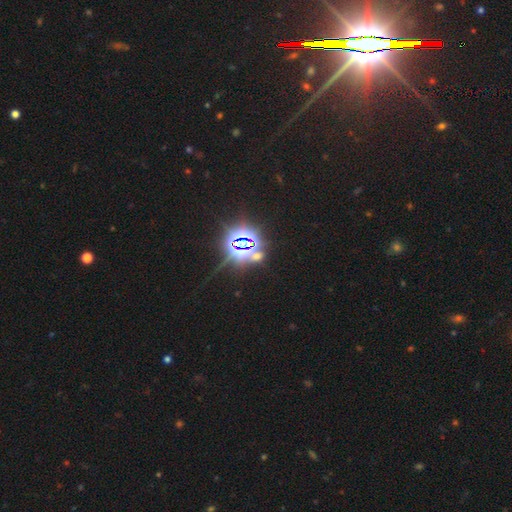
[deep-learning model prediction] A star or artifact, not a galaxy (77%).